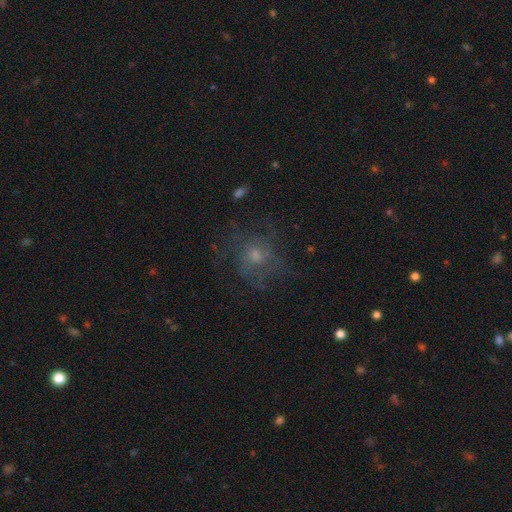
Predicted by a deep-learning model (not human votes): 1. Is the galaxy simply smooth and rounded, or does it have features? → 47% featured or disk, 36% smooth, 17% star or artifact.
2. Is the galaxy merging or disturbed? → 59% none, 21% major disturbance, 19% minor disturbance, 2% merger.